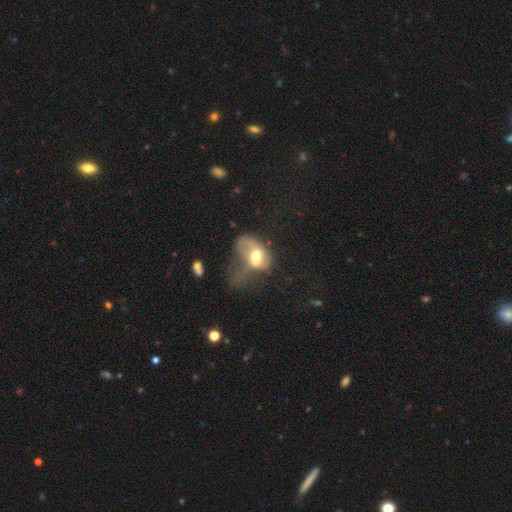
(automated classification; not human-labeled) Overall: smooth (58%; featured or disk 33%). How rounded: in between (82%). Merging: major disturbance (58%).